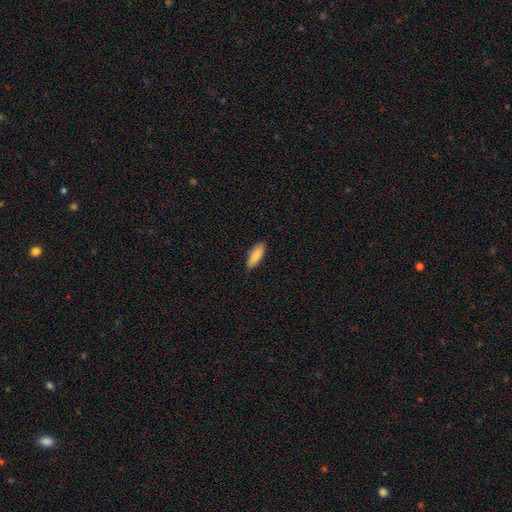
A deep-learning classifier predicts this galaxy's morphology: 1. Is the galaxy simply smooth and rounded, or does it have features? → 87% smooth, 8% featured or disk, 6% star or artifact.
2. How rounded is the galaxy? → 60% in between, 38% cigar-shaped, 2% round.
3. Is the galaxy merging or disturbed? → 86% none, 11% minor disturbance, 2% major disturbance, 1% merger.